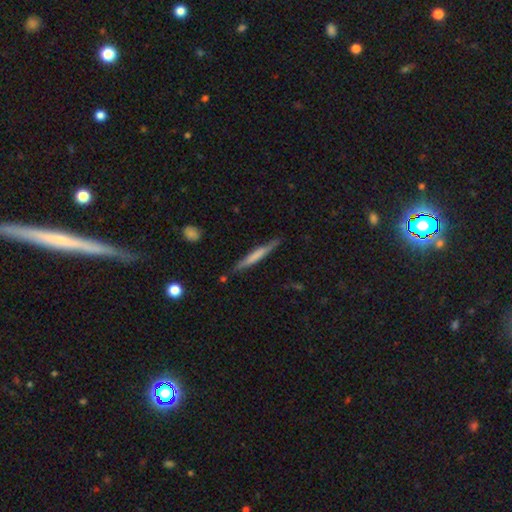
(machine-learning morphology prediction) This appears to be a smooth galaxy with no disk features (51%) that is cigar-shaped (95%). Merging: none (82%).